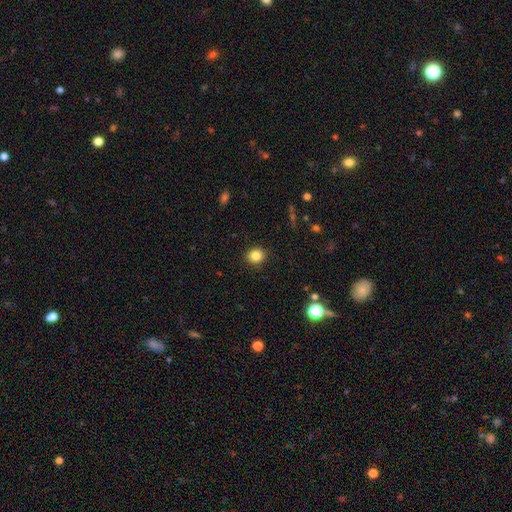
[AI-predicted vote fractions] Smooth or featured?
  - smooth: 84% *
  - star or artifact: 11%
  - featured or disk: 5%
How rounded?
  - round: 83% *
  - in between: 16%
  - cigar-shaped: 1%
Merging?
  - none: 90% *
  - minor disturbance: 7%
  - major disturbance: 2%
  - merger: 1%